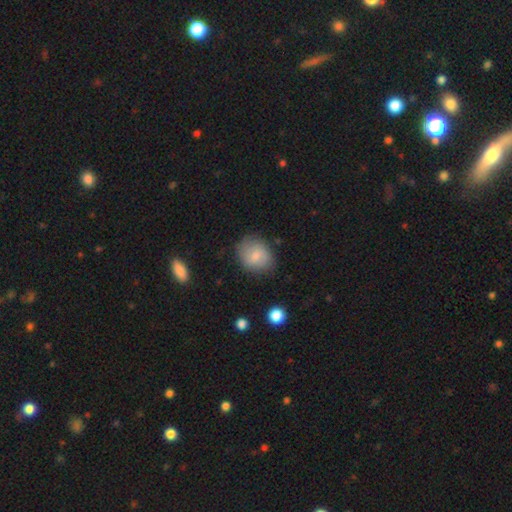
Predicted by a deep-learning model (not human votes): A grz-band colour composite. It shows a smooth galaxy with no disk features (68%) that is round (59%). Merging: none (72%).